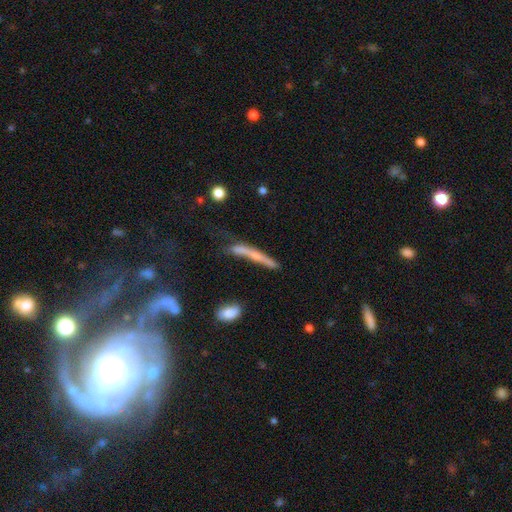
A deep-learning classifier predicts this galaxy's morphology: featured or disk 47%, smooth 44%, star or artifact 9%. Down the decision tree: merging — none (47%).